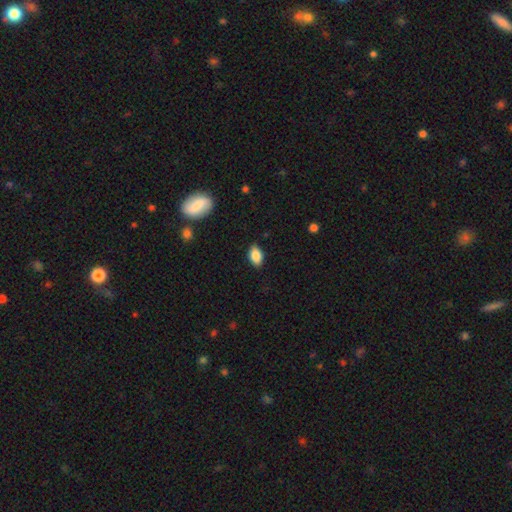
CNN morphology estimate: A smooth galaxy with no disk features (85%) that is in between round and cigar-shaped (90%). Merging: none (86%).